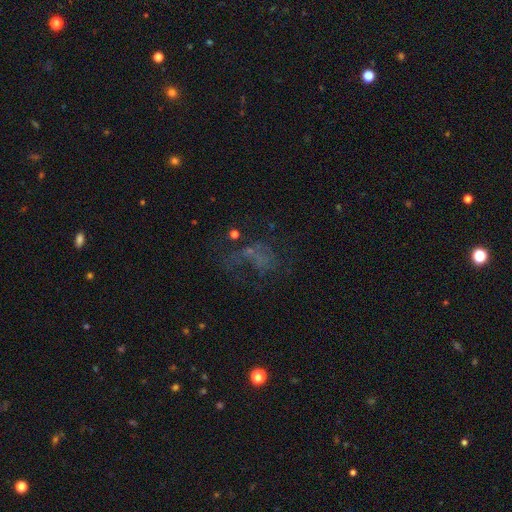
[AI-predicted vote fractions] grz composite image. It shows a star or artifact, not a galaxy (35%, tied with featured or disk).